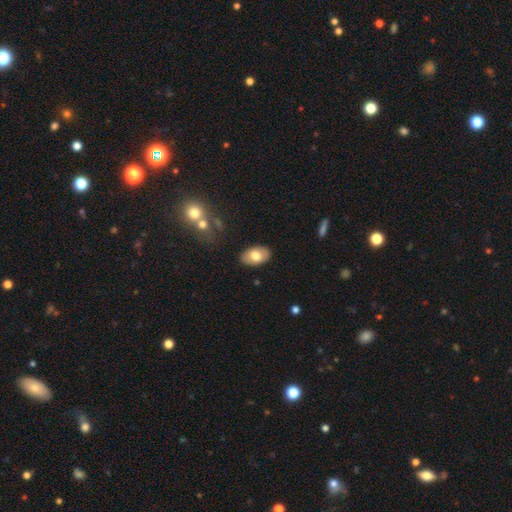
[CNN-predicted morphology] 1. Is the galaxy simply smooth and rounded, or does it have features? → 75% smooth, 18% featured or disk, 7% star or artifact.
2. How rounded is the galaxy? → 92% in between, 6% round, 1% cigar-shaped.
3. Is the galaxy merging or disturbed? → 87% none, 9% minor disturbance, 2% major disturbance, 2% merger.